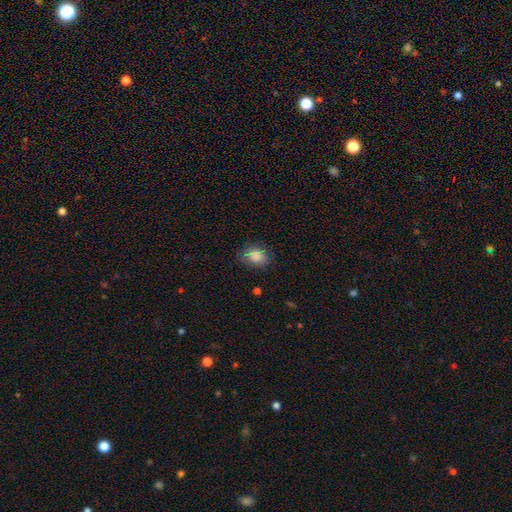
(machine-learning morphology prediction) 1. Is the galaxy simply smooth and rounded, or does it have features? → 85% smooth, 9% star or artifact, 6% featured or disk.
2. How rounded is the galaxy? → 60% in between, 39% round, 1% cigar-shaped.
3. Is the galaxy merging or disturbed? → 74% none, 19% minor disturbance, 5% major disturbance, 1% merger.